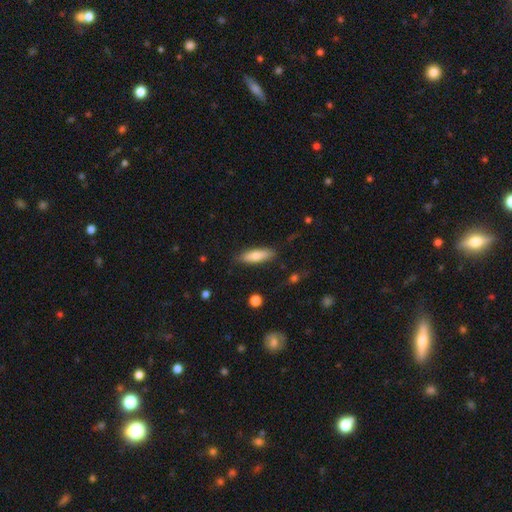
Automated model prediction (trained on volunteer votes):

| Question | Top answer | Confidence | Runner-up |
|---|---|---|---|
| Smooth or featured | smooth | 73% | featured or disk (20%) |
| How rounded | in between | 49% | tied: cigar-shaped (49%) |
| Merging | none | 84% | minor disturbance (12%) |